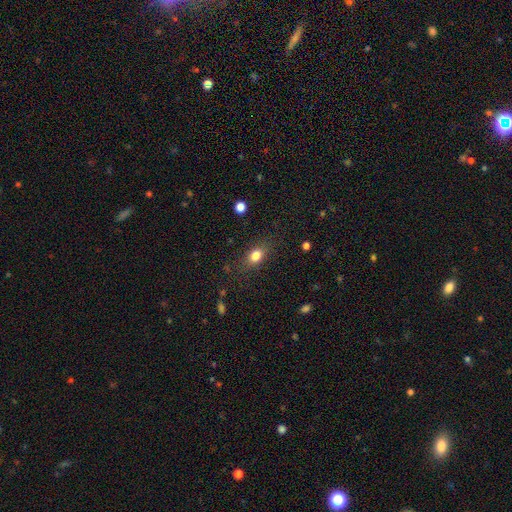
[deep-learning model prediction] This is likely a smooth galaxy (80%). How rounded: likely in between (68%). Merging: likely none (79%).